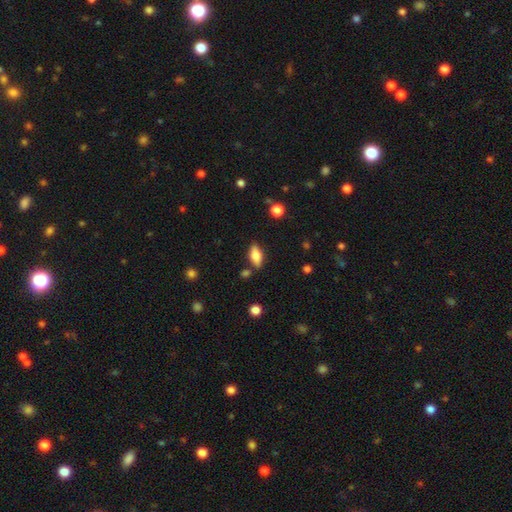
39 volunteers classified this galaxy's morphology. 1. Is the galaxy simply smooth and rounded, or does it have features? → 67% smooth, 23% featured or disk, 10% star or artifact.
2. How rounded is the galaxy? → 73% in between, 23% cigar-shaped, 4% round.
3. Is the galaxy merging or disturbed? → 83% none, 14% minor disturbance, 3% merger, 0% major disturbance.